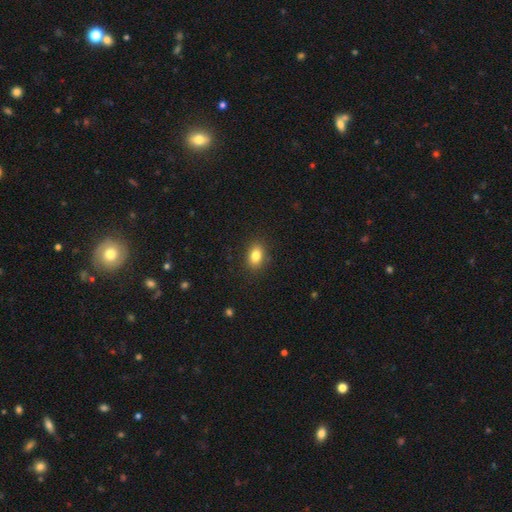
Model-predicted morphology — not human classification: smooth_or_featured: smooth (p=0.83) [alt: star or artifact p=0.09]
how_rounded: in between (p=0.77) [alt: round p=0.22]
merging: none (p=0.88) [alt: minor disturbance p=0.09]